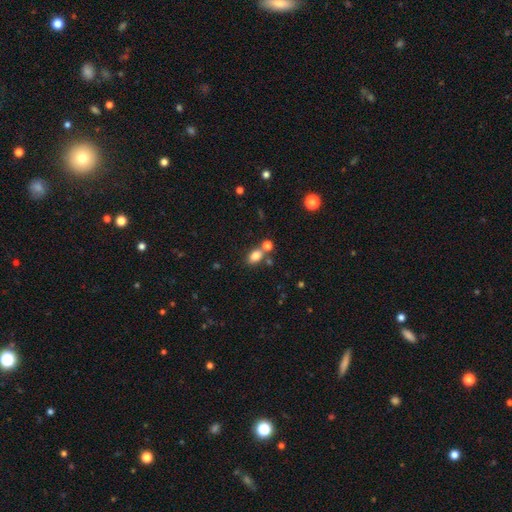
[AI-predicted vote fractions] Smooth or featured?
  - smooth: 80% *
  - star or artifact: 11%
  - featured or disk: 8%
How rounded?
  - in between: 78% *
  - round: 20%
  - cigar-shaped: 2%
Merging?
  - none: 58% *
  - merger: 27%
  - minor disturbance: 11%
  - major disturbance: 4%